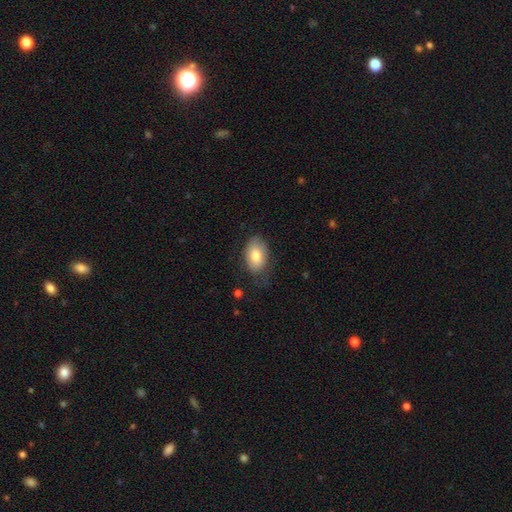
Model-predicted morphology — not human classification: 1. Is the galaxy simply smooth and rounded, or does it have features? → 80% smooth, 14% featured or disk, 6% star or artifact.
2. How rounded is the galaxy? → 91% in between, 8% round, 1% cigar-shaped.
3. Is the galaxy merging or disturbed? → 67% none, 24% minor disturbance, 7% major disturbance, 1% merger.